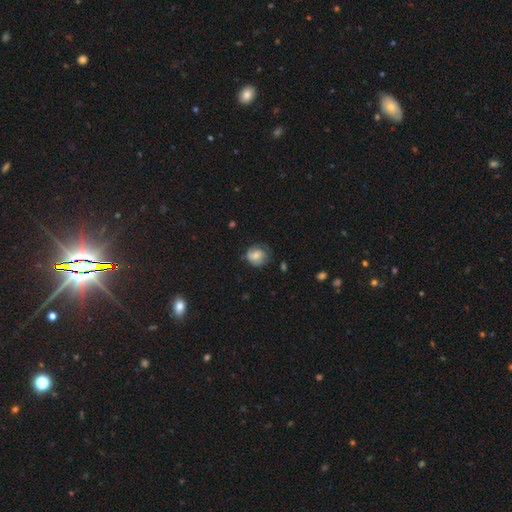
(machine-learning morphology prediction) This is possibly a smooth galaxy (52%). How rounded: likely round (72%). Merging: likely none (61%).